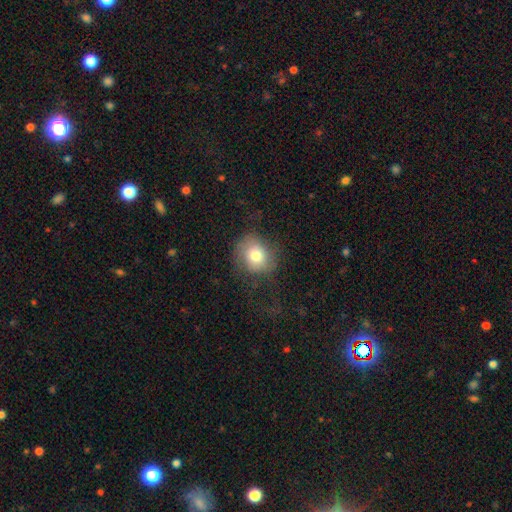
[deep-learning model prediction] smooth 75%, featured or disk 16%, star or artifact 9%. Down the decision tree: how rounded — round (74%); merging — none (63%).